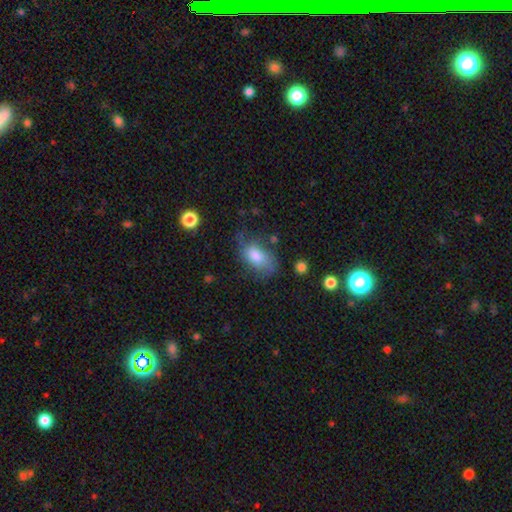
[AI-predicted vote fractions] Smooth or featured: smooth — 69% (featured or disk — 22%)
How rounded: in between — 89% (round — 9%)
Merging: none — 51% (minor disturbance — 29%)